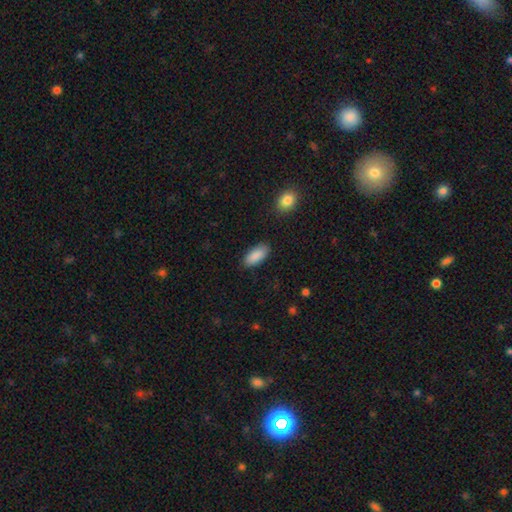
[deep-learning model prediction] Smooth or featured?
  - smooth: 89% *
  - star or artifact: 6%
  - featured or disk: 4%
How rounded?
  - in between: 89% *
  - cigar-shaped: 10%
  - round: 2%
Merging?
  - none: 86% *
  - minor disturbance: 10%
  - major disturbance: 2%
  - merger: 2%